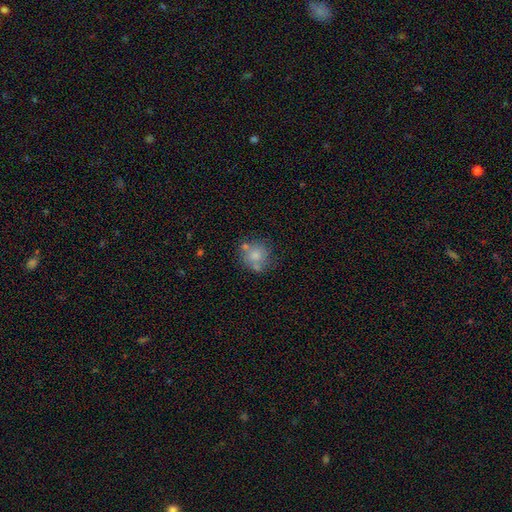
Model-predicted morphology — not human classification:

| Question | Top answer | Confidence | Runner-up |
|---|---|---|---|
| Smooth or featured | smooth | 66% | featured or disk (24%) |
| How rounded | round | 80% | in between (19%) |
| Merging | none | 53% | minor disturbance (20%) |